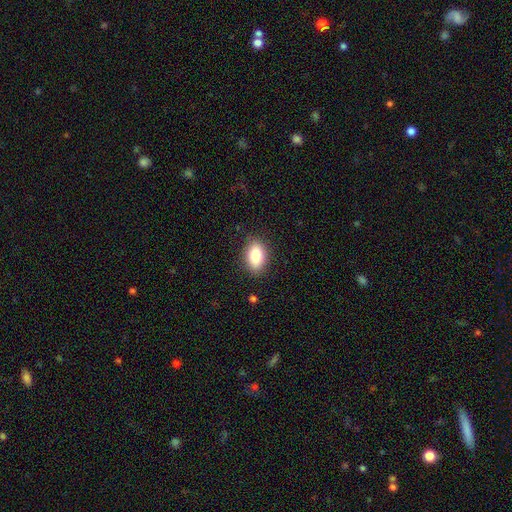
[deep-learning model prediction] smooth 85%, featured or disk 8%, star or artifact 8%. Down the decision tree: how rounded — in between (88%); merging — none (86%).